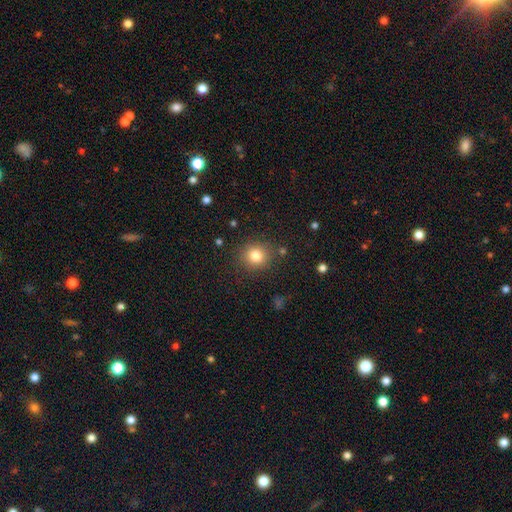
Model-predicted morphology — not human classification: Smooth or featured? smooth (81%)
How rounded? round (87%)
Merging? none (85%)